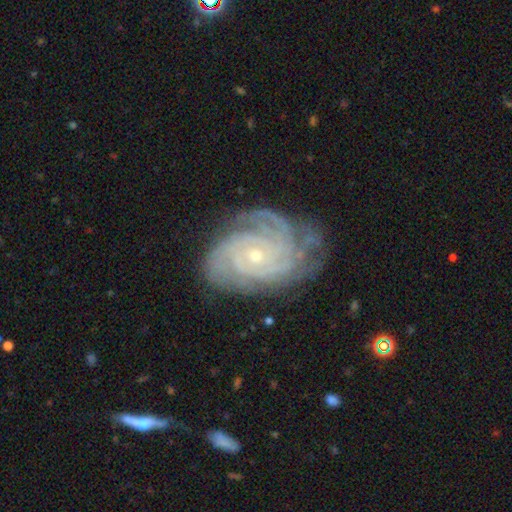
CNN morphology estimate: A featured or disk galaxy (90%) with no bar (75%), 4 (27%) tight (80%) spiral arms (98%) and a small central bulge (72%).

Vote fractions:
- Smooth or featured? featured or disk: 90% / star or artifact: 5% / smooth: 5%
- Edge-on disk? no: 97% / yes: 3%
- Bar? no: 75% / weak: 19% / strong: 6%
- Spiral arms? yes: 98% / no: 2%
- Spiral winding? tight: 80% / medium: 17% / loose: 2%
- Spiral arm count? 4: 27% / 3: 23% / can't tell: 18% / 2: 13% / more than 4: 12% / 1: 7%
- Bulge size? small: 72% / moderate: 26% / none: 1% / large: 1% / dominant: 1%
- Merging? none: 72% / minor disturbance: 20% / major disturbance: 7% / merger: 2%